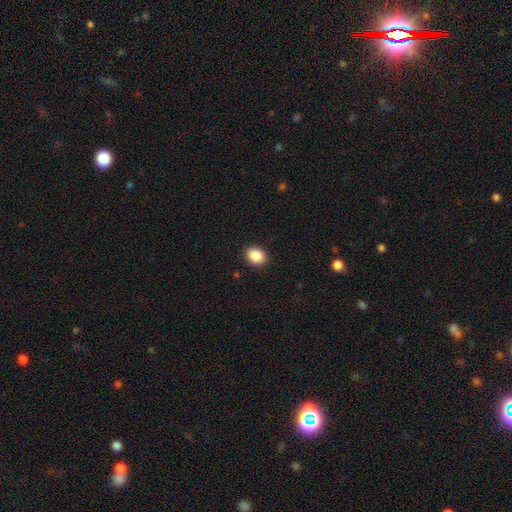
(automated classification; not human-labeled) This appears to be a smooth galaxy with no disk features (88%) that is in between round and cigar-shaped (58%). Merging: none (90%).